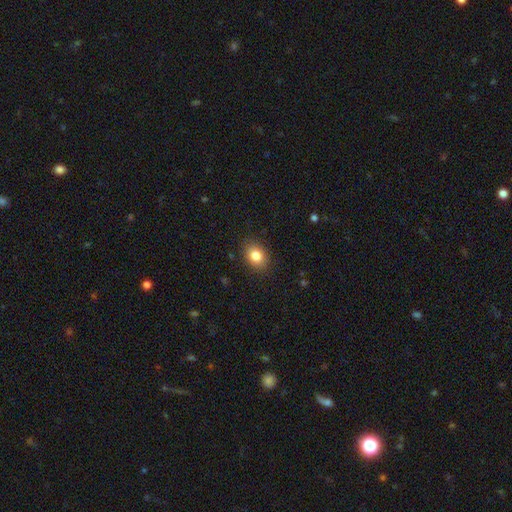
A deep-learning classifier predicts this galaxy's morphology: Smooth or featured? Predicted: smooth (p=0.84). How rounded? Predicted: in between (p=0.62). Merging? Predicted: none (p=0.87).